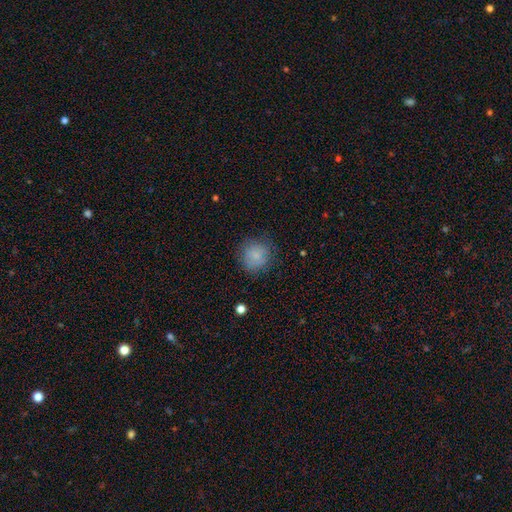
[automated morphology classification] smooth_or_featured: smooth (p=0.82) [alt: featured or disk p=0.09]
how_rounded: round (p=0.90) [alt: in between p=0.09]
merging: none (p=0.78) [alt: minor disturbance p=0.15]